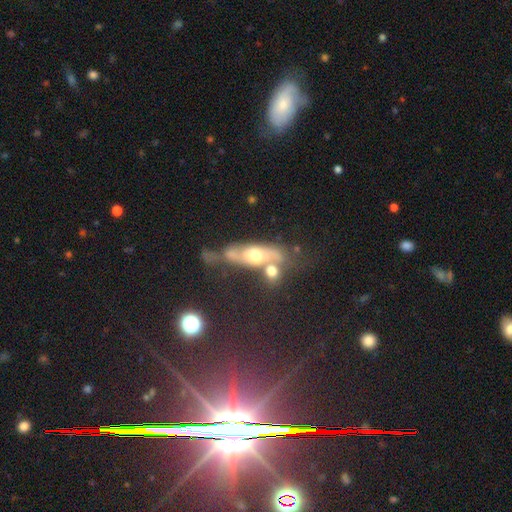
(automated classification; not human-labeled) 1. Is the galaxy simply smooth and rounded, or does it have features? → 55% featured or disk, 34% smooth, 12% star or artifact.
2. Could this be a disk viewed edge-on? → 69% no, 31% yes.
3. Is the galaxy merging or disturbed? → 37% none, 30% merger, 19% minor disturbance, 14% major disturbance.